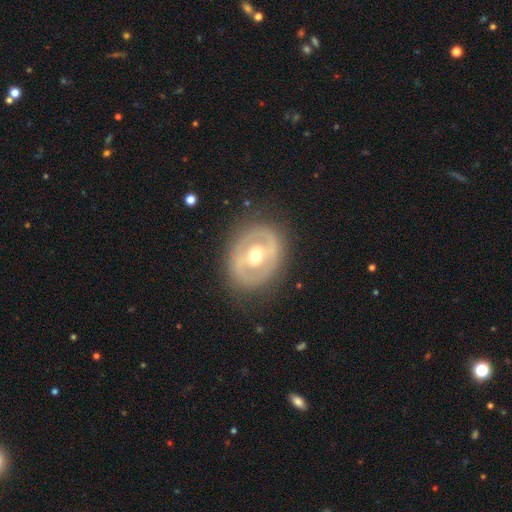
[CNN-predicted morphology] Smooth or featured: featured or disk — 66% (smooth — 28%)
Edge-on disk: no — 94% (yes — 6%)
Bar: no — 52% (weak — 28%)
Spiral arms: no — 76% (yes — 24%)
Bulge size: moderate — 73% (small — 17%)
Merging: none — 79% (minor disturbance — 13%)